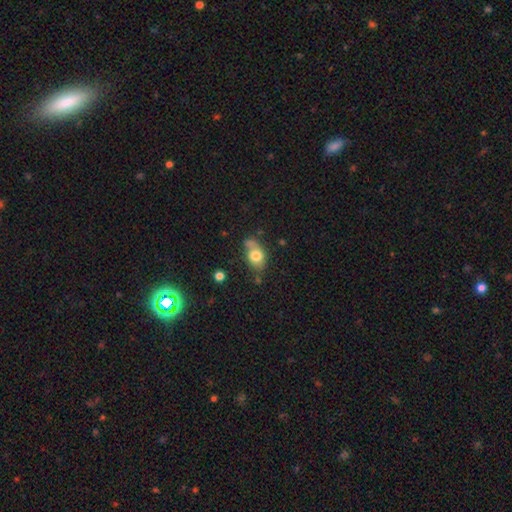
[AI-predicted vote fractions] Smooth or featured? smooth (76%)
How rounded? in between (72%)
Merging? none (48%)